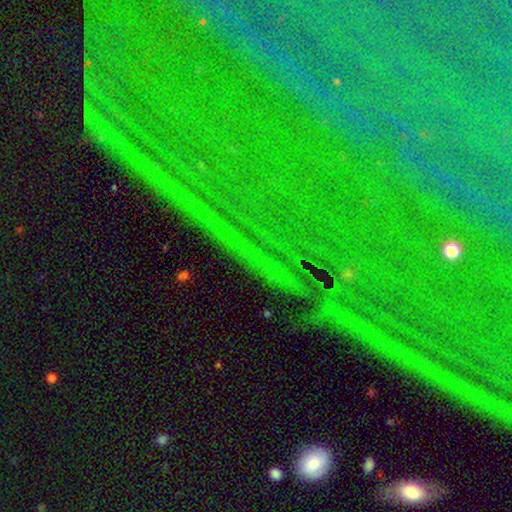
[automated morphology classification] The model was most divided on "smooth or featured": star or artifact: 82%, featured or disk: 10%, smooth: 8%.